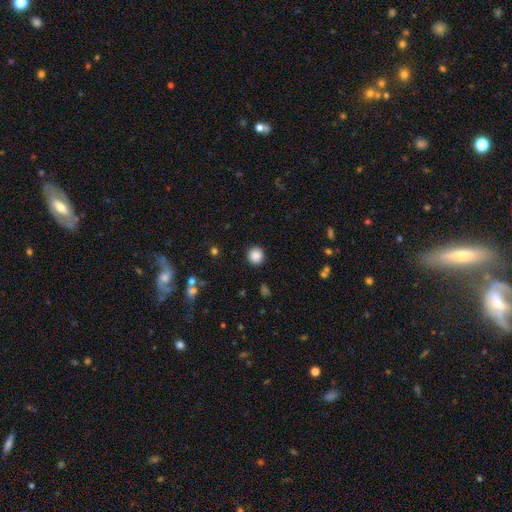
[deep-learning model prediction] This appears to be a smooth galaxy with no disk features (87%) that is round (93%). Merging: none (91%).